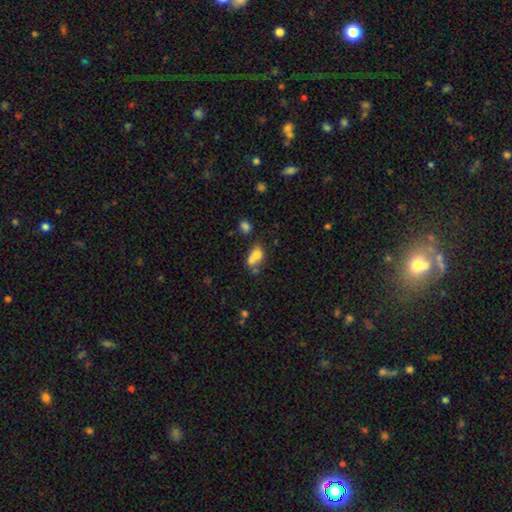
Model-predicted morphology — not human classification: Overall: smooth (68%). How rounded: in between (61%; round 37%). Merging: merger (59%; none 25%).